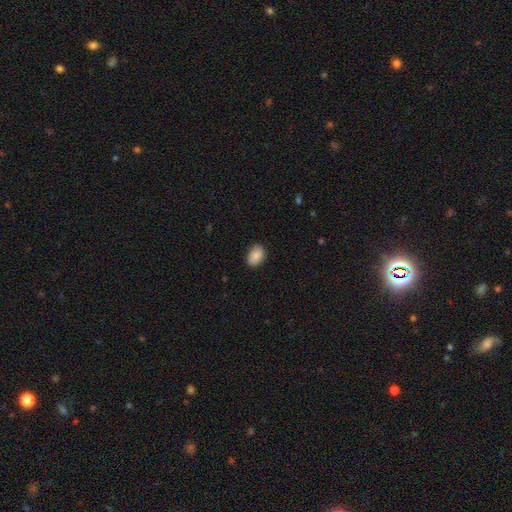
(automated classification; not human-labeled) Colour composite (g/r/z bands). It shows a smooth galaxy with no disk features (89%) that is in between round and cigar-shaped (86%). Merging: none (86%).